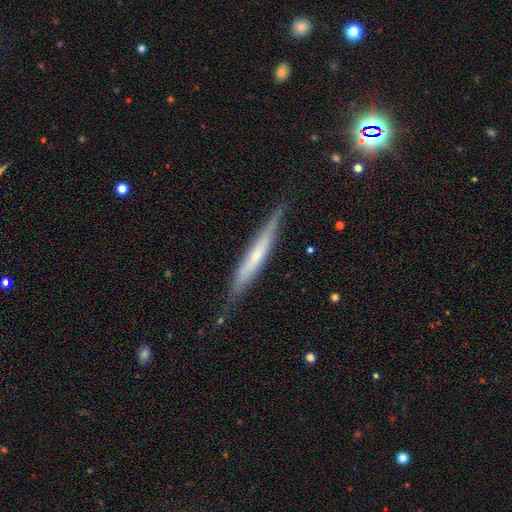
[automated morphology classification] Smooth or featured? Predicted: featured or disk (p=0.54). Edge-on disk? Predicted: yes (p=0.92). Merging? Predicted: none (p=0.78).